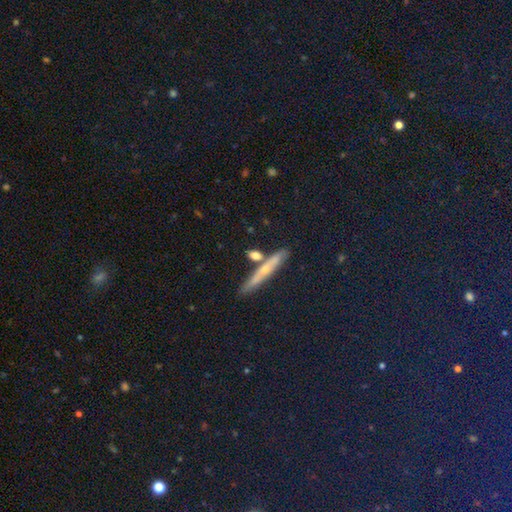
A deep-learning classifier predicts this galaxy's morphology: Smooth or featured? Predicted: smooth (p=0.63). How rounded? Predicted: cigar-shaped (p=0.61). Merging? Predicted: none (p=0.64).